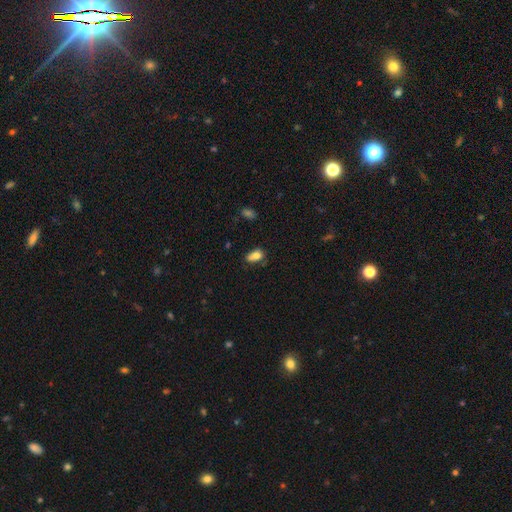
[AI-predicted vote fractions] Smooth or featured?
  - smooth: 79% *
  - featured or disk: 11%
  - star or artifact: 10%
How rounded?
  - in between: 84% *
  - round: 12%
  - cigar-shaped: 4%
Merging?
  - none: 46% *
  - minor disturbance: 33%
  - major disturbance: 12%
  - merger: 9%